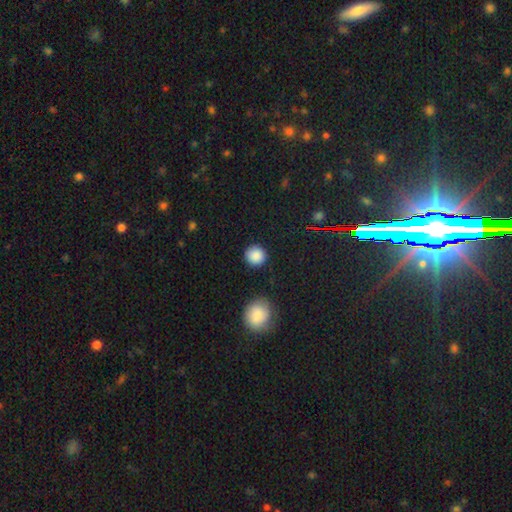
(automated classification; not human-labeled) smooth_or_featured: smooth (p=0.87) [alt: star or artifact p=0.09]
how_rounded: round (p=0.94) [alt: in between p=0.05]
merging: none (p=0.89) [alt: minor disturbance p=0.07]